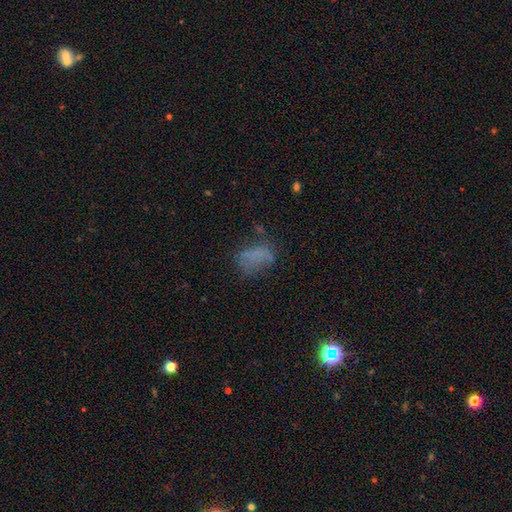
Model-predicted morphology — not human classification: smooth-or-featured: smooth: 55% | featured or disk: 25% | star or artifact: 20%
  how-rounded: in between: 79% | round: 18% | cigar-shaped: 3%
  merging: none: 47% | minor disturbance: 25% | major disturbance: 25% | merger: 4%